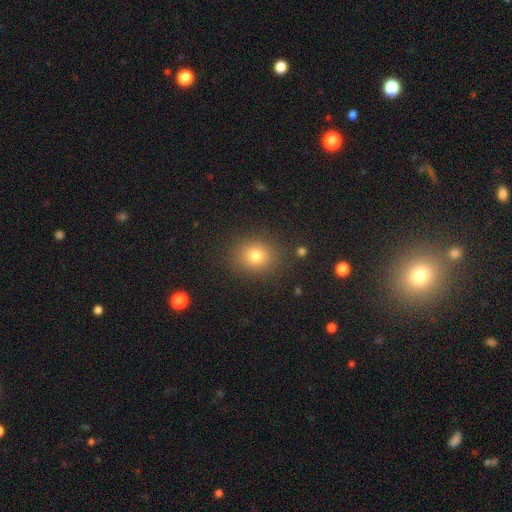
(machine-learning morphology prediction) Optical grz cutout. It shows a smooth galaxy with no disk features (78%) that is round (73%). Merging: none (87%).